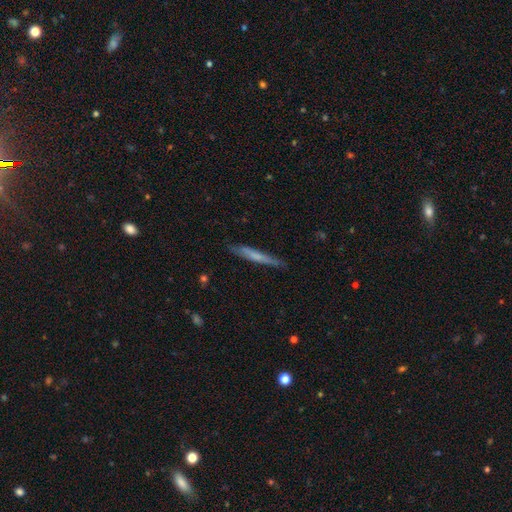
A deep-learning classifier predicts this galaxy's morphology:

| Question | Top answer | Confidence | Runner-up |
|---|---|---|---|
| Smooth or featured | smooth | 53% | featured or disk (41%) |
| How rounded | cigar-shaped | 95% | in between (3%) |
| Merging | none | 83% | minor disturbance (13%) |